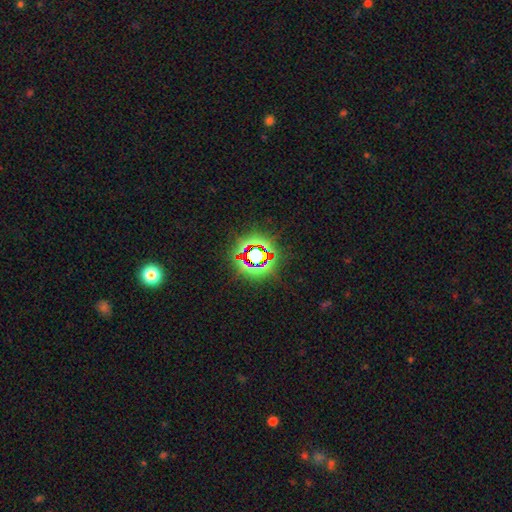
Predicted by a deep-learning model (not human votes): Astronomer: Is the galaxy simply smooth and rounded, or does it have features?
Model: star or artifact — 75%.